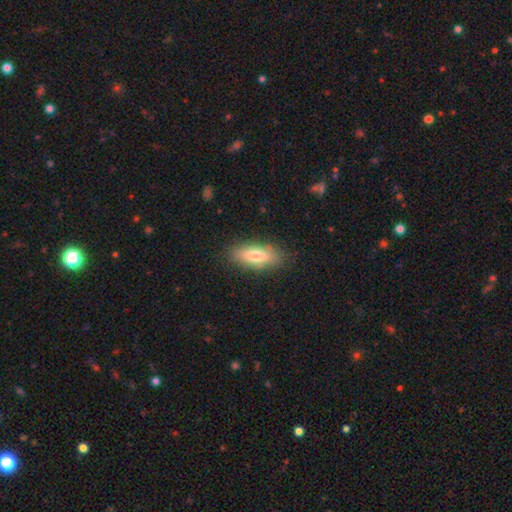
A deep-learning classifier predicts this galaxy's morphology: This is likely a smooth galaxy (73%). How rounded: likely in between (66%). Merging: clearly none (85%).